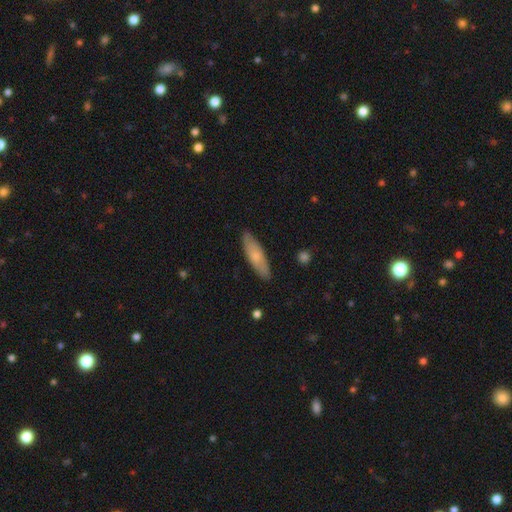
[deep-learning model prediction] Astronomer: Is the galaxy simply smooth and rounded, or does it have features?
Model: smooth — 64%.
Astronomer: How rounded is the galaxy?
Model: cigar-shaped — 58% (runner-up: in between, 40%).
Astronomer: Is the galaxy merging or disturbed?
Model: none — 86%.